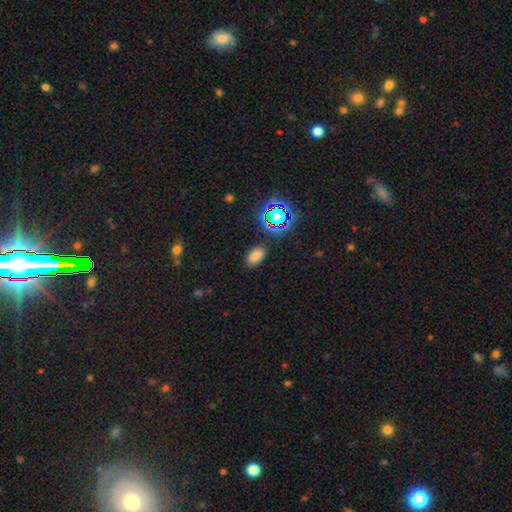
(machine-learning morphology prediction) A smooth galaxy with no disk features (74%) that is in between round and cigar-shaped (92%). Merging: none (86%).